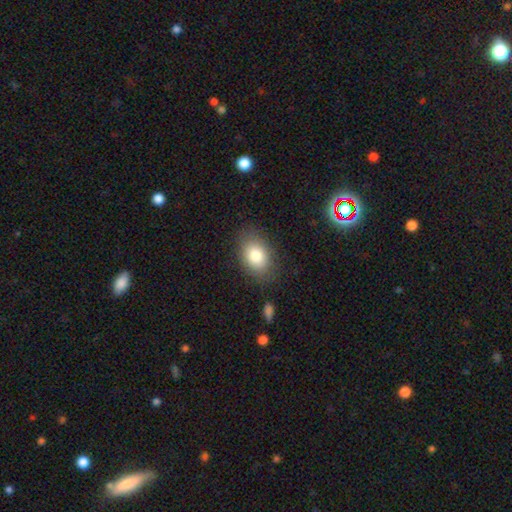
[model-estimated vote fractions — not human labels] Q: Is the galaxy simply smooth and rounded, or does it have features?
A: smooth — 81%.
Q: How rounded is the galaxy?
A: in between — 82%.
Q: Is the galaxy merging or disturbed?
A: none — 81%.